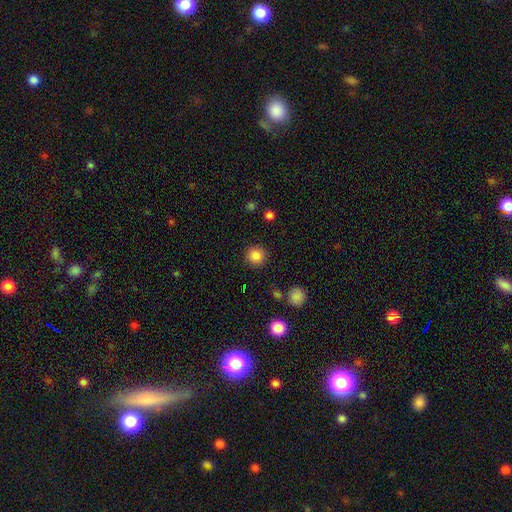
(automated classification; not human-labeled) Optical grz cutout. It shows a smooth galaxy with no disk features (85%) that is round (93%). Merging: none (90%).